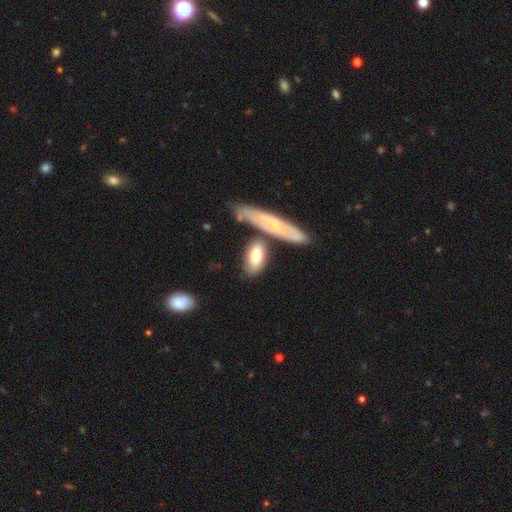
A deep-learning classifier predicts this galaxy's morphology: Smooth or featured? smooth (70%)
How rounded? in between (72%)
Merging? none (60%)